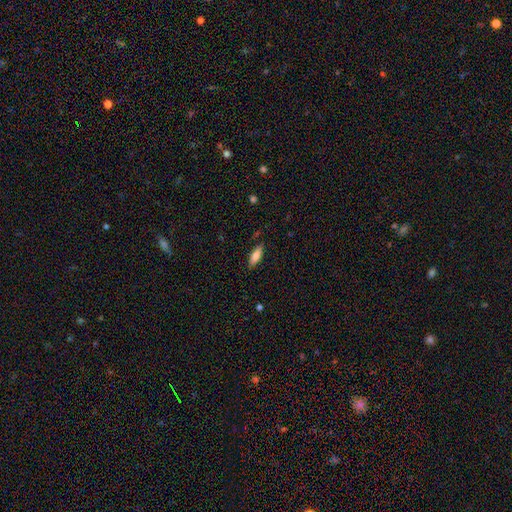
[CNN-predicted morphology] Smooth or featured? smooth (76%)
How rounded? in between (61%)
Merging? none (85%)